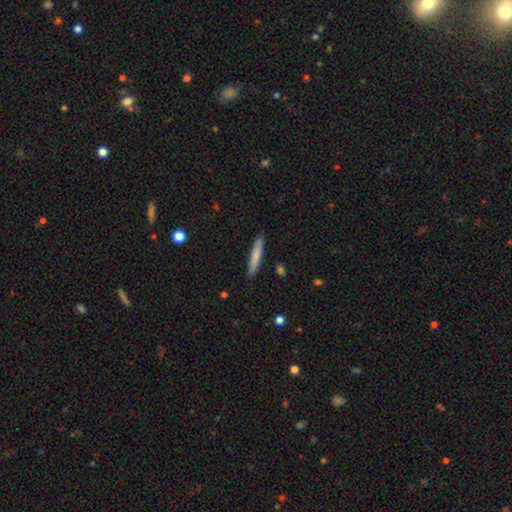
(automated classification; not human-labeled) Q: Smooth or featured?
A: smooth (75%); runner-up: featured or disk (19%)
Q: How rounded?
A: cigar-shaped (94%); runner-up: in between (5%)
Q: Merging?
A: none (89%); runner-up: minor disturbance (8%)